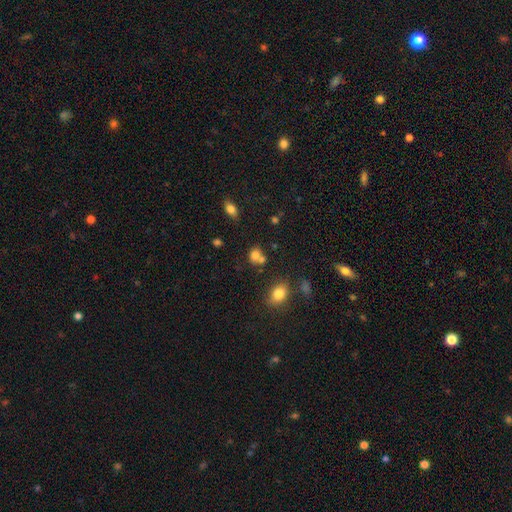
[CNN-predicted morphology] Smooth or featured? smooth (75%)
How rounded? round (63%)
Merging? none (43%)